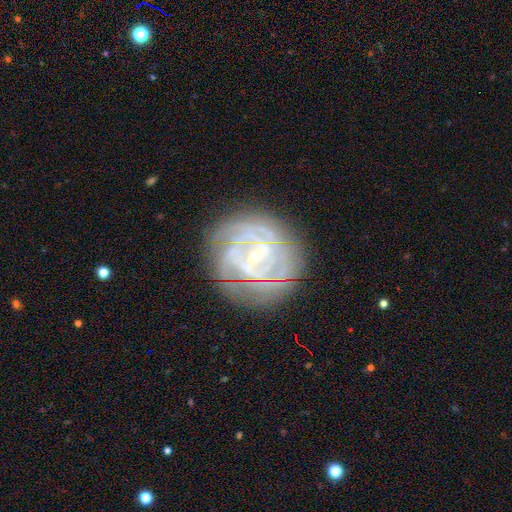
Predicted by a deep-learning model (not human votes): Overall: featured or disk (81%). Edge-on disk: no (97%). Bar: weak (40%; no 39%). Spiral arms: yes (89%). Spiral arm count: can't tell (41%; 2 18%). Spiral winding: tight (73%). Bulge size: small (82%). Merging: none (76%).